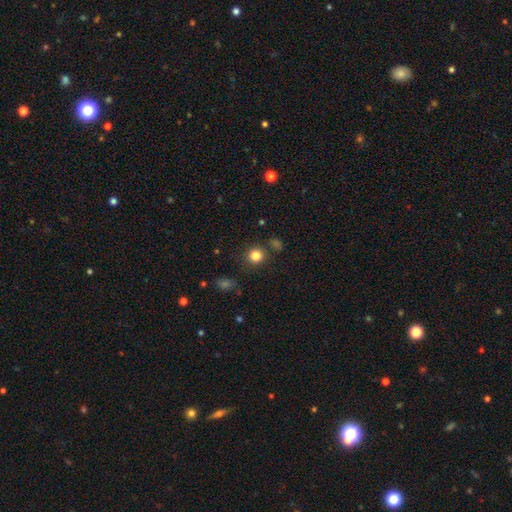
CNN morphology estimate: Q: Smooth or featured?
A: smooth (83%); runner-up: star or artifact (12%)
Q: How rounded?
A: round (91%); runner-up: in between (8%)
Q: Merging?
A: none (85%); runner-up: minor disturbance (8%)